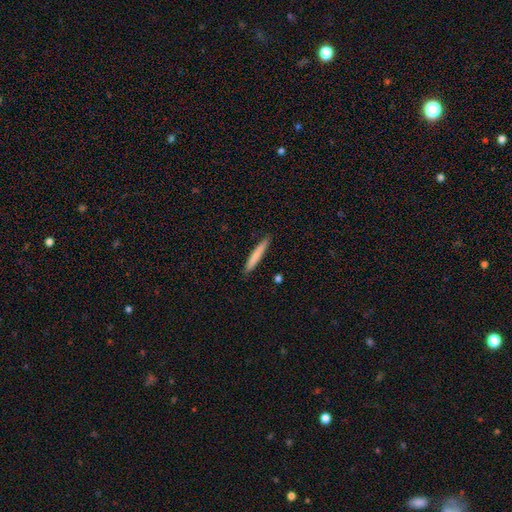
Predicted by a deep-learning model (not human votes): smooth_or_featured: smooth (p=0.77) [alt: featured or disk p=0.17]
how_rounded: cigar-shaped (p=0.95) [alt: in between p=0.04]
merging: none (p=0.89) [alt: minor disturbance p=0.08]